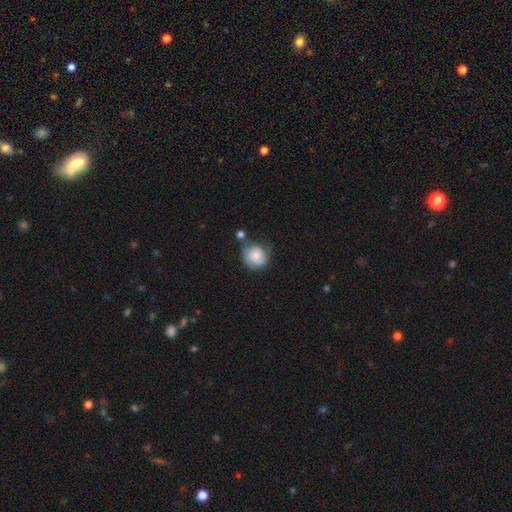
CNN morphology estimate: Smooth or featured?
  - smooth: 72% *
  - featured or disk: 20%
  - star or artifact: 8%
How rounded?
  - round: 83% *
  - in between: 16%
  - cigar-shaped: 1%
Merging?
  - none: 49% *
  - minor disturbance: 29%
  - merger: 12%
  - major disturbance: 10%